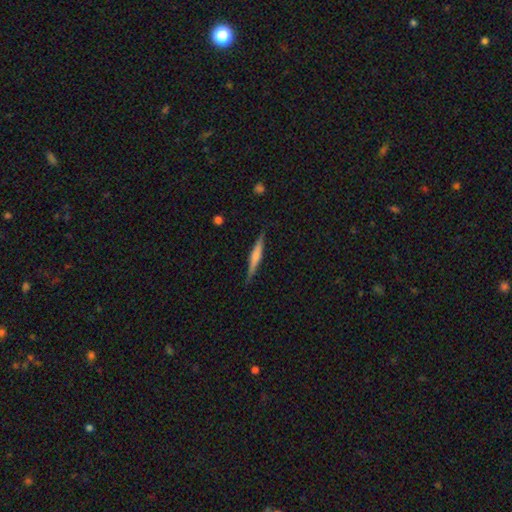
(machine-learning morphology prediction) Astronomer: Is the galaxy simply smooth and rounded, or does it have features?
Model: smooth — 48% (runner-up: featured or disk, 46%).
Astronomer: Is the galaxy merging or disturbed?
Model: none — 86%.